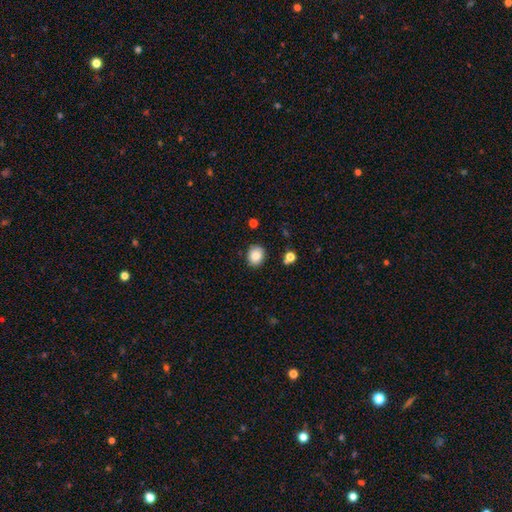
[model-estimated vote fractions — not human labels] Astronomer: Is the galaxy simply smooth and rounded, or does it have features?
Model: smooth — 84%.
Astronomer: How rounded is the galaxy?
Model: round — 61% (runner-up: in between, 38%).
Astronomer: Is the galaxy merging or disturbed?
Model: none — 85%.